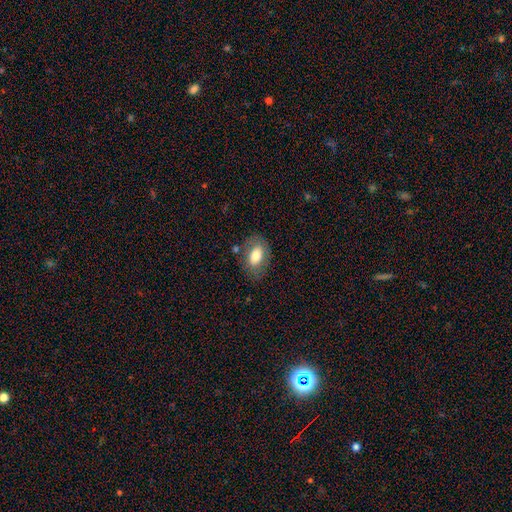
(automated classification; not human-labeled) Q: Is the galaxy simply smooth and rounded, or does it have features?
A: smooth — 71%.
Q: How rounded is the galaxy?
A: in between — 86%.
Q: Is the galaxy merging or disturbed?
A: none — 74%.